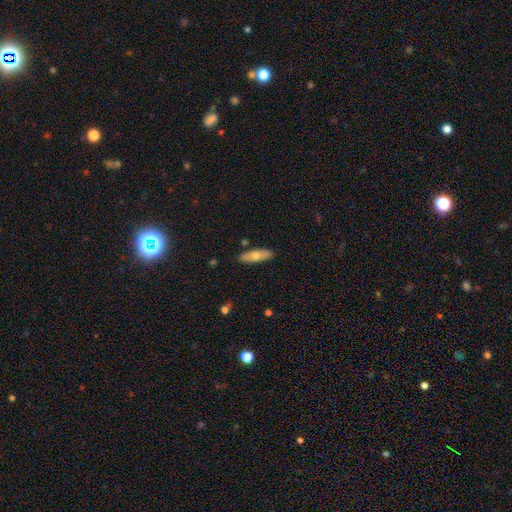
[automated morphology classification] smooth-or-featured: smooth: 65% | featured or disk: 29% | star or artifact: 6%
  how-rounded: in between: 54% | cigar-shaped: 44% | round: 2%
  merging: none: 87% | minor disturbance: 9% | merger: 2% | major disturbance: 2%